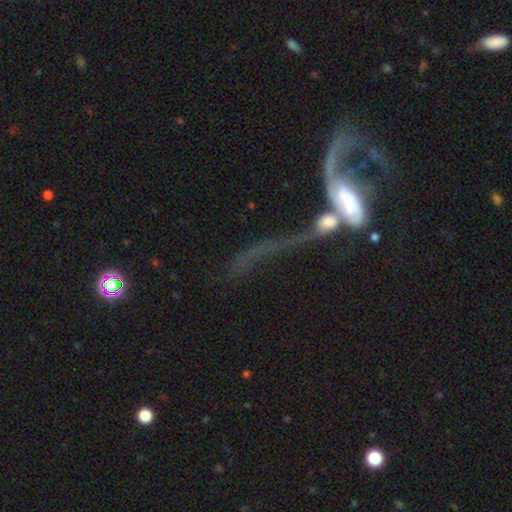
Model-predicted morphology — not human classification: The model was most divided on "bulge size": moderate: 32%, small: 27%, none: 24%, large: 12%, dominant: 5%. More confident: edge-on disk — no (83%); smooth or featured — featured or disk (67%); spiral arms — yes (67%); merging — merger (56%); bar — no (55%).